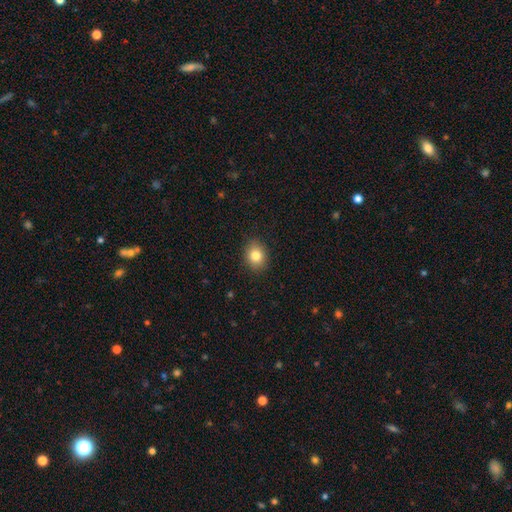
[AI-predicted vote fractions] Morphology: type=smooth (82%); roundness=round (54%); merging=none (89%).